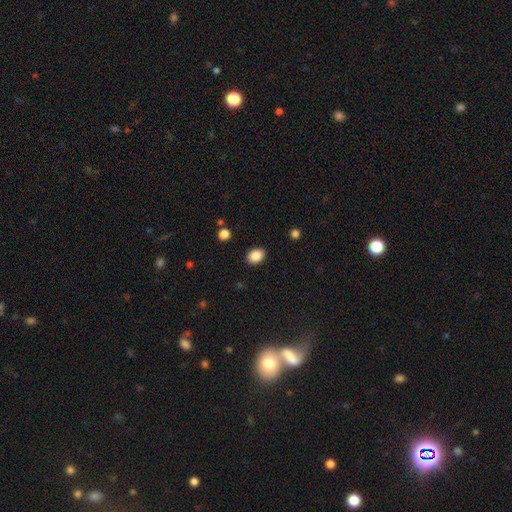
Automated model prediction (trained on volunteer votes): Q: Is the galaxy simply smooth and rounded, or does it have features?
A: smooth — 87%.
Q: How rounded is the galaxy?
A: in between — 66%.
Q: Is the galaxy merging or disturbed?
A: none — 89%.